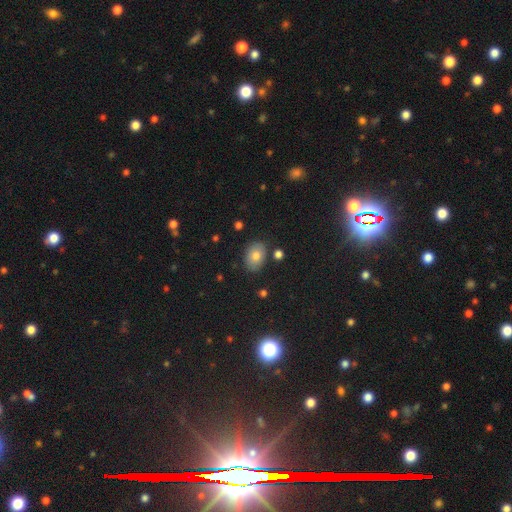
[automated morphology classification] Overall: smooth (79%). How rounded: in between (77%). Merging: none (84%).